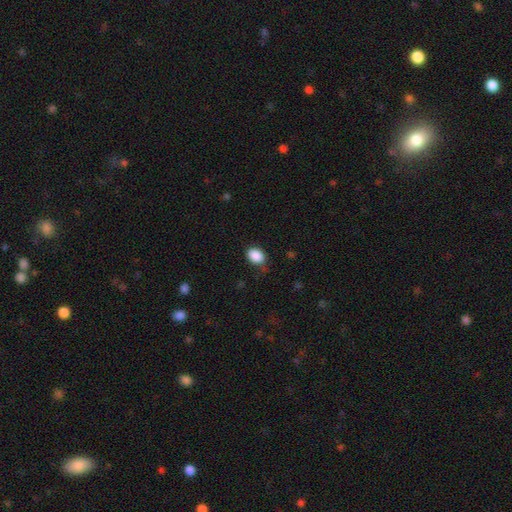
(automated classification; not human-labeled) Q: Smooth or featured?
A: smooth (88%); runner-up: star or artifact (8%)
Q: How rounded?
A: in between (68%); runner-up: round (31%)
Q: Merging?
A: none (75%); runner-up: minor disturbance (19%)